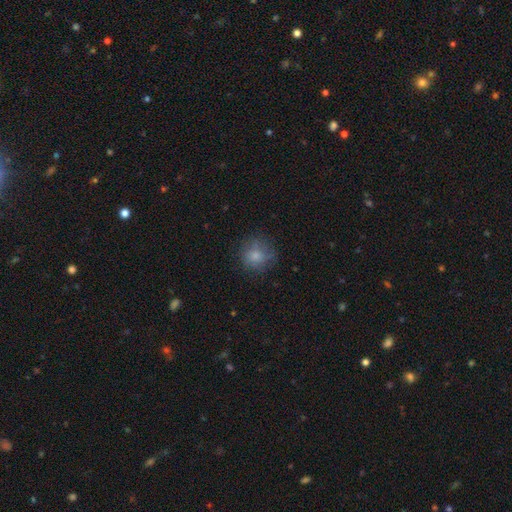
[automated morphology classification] This is likely a smooth galaxy (75%). How rounded: clearly round (87%). Merging: likely none (71%).